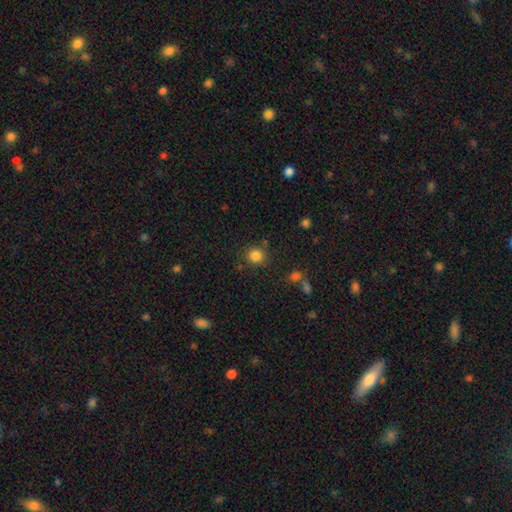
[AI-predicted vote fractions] A smooth galaxy with no disk features (84%) that is round (90%). Merging: none (83%).